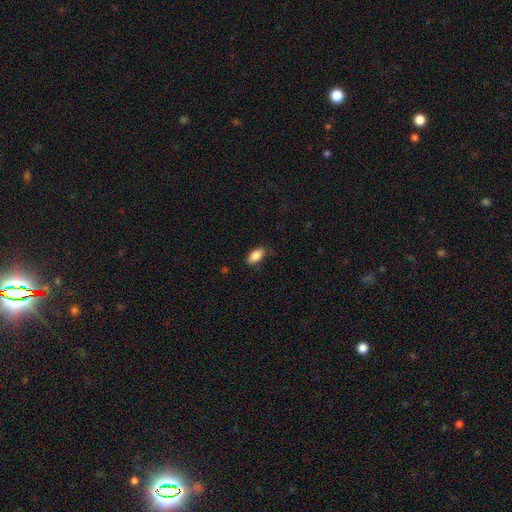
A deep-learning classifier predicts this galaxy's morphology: Smooth or featured: smooth — 87% (star or artifact — 7%)
How rounded: in between — 91% (cigar-shaped — 6%)
Merging: none — 80% (minor disturbance — 16%)